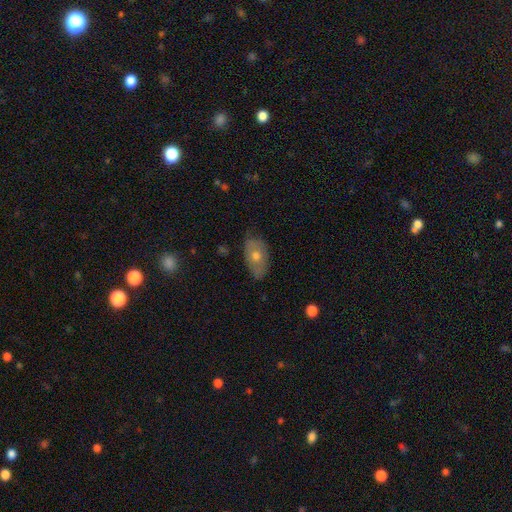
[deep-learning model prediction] smooth_or_featured: smooth (p=0.53) [alt: featured or disk p=0.39]
how_rounded: in between (p=0.88) [alt: round p=0.10]
merging: none (p=0.75) [alt: minor disturbance p=0.20]